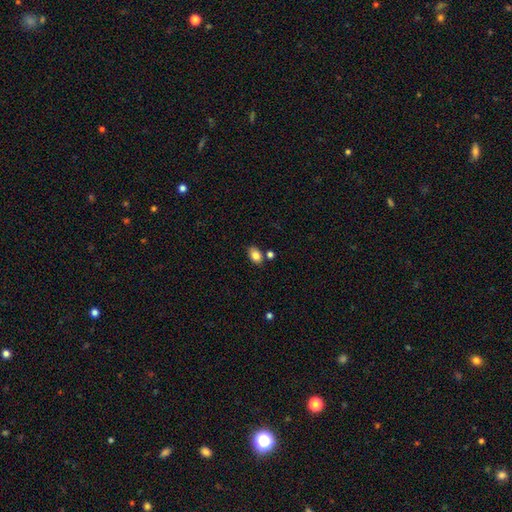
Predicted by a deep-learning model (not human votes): Smooth or featured? Predicted: smooth (p=0.83). How rounded? Predicted: in between (p=0.87). Merging? Predicted: none (p=0.76).